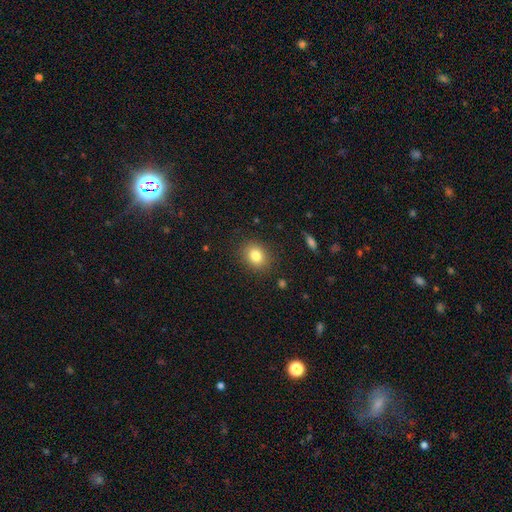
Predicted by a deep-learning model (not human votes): Smooth or featured? Predicted: smooth (p=0.82). How rounded? Predicted: round (p=0.56). Merging? Predicted: none (p=0.88).